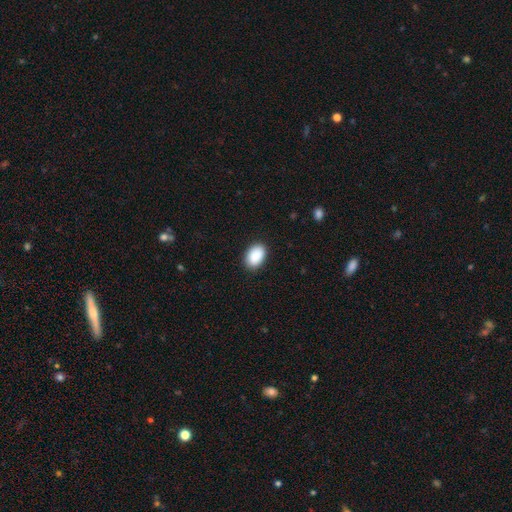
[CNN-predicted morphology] type=smooth (91%); roundness=in between (88%); merging=none (89%).